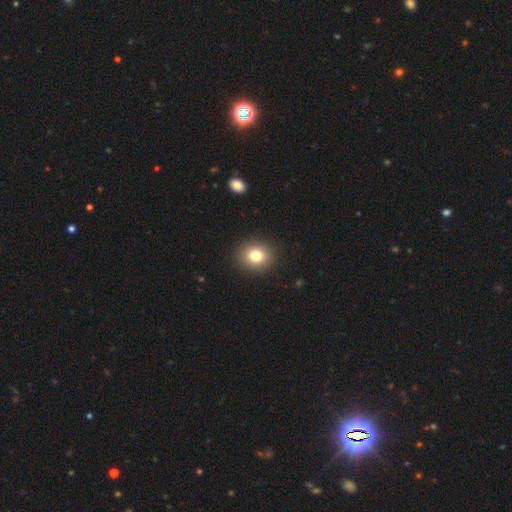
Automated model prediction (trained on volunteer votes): Smooth or featured: smooth — 80% (star or artifact — 11%)
How rounded: round — 73% (in between — 26%)
Merging: none — 91% (minor disturbance — 6%)